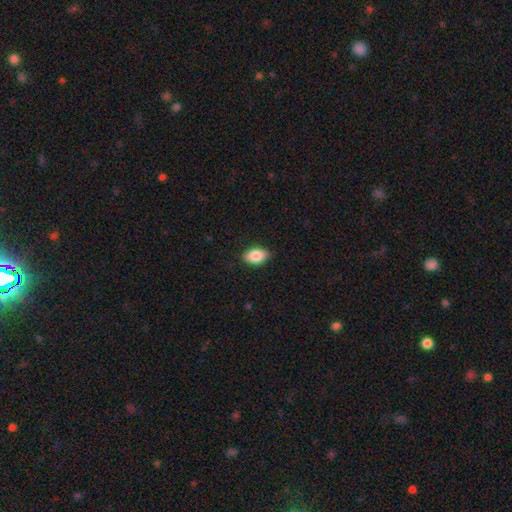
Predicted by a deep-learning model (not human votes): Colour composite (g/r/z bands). It shows a smooth galaxy with no disk features (86%) that is in between round and cigar-shaped (90%). Merging: none (87%).